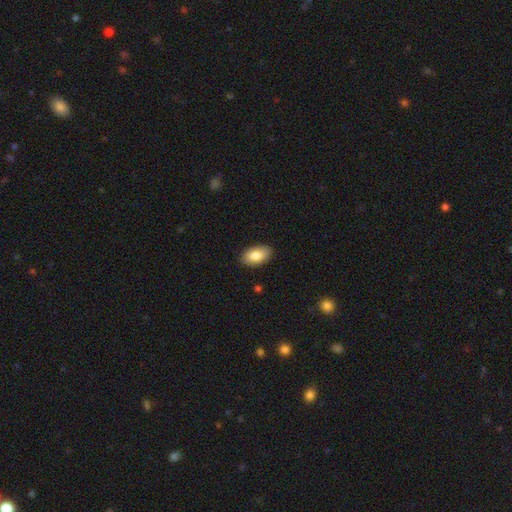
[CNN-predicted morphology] Smooth or featured? Predicted: smooth (p=0.85). How rounded? Predicted: in between (p=0.94). Merging? Predicted: none (p=0.88).